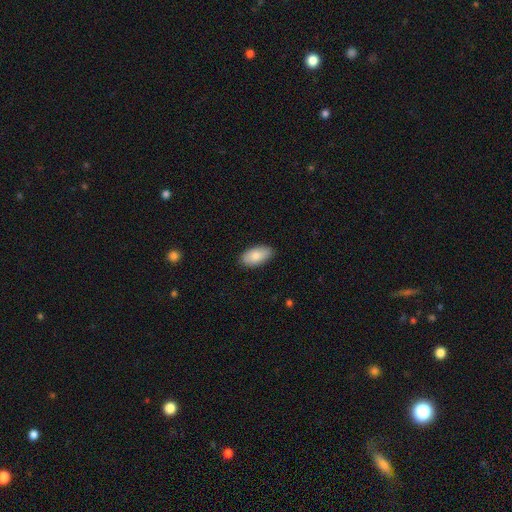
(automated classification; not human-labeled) Smooth or featured?
  - smooth: 84% *
  - featured or disk: 10%
  - star or artifact: 6%
How rounded?
  - in between: 94% *
  - cigar-shaped: 4%
  - round: 3%
Merging?
  - none: 87% *
  - minor disturbance: 10%
  - major disturbance: 2%
  - merger: 1%